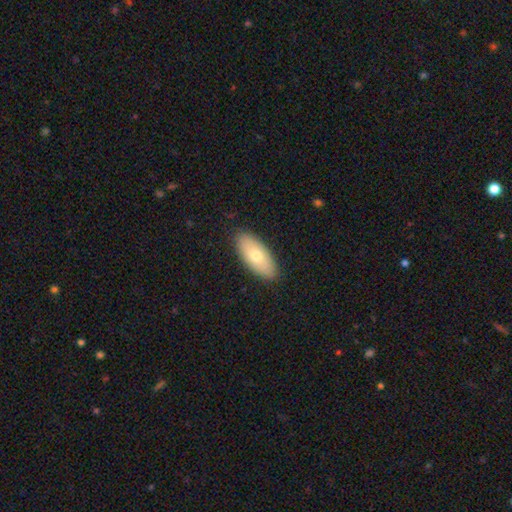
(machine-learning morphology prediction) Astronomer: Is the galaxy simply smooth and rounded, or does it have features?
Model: smooth — 69%.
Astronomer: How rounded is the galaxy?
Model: in between — 86%.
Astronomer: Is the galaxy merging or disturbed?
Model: none — 90%.